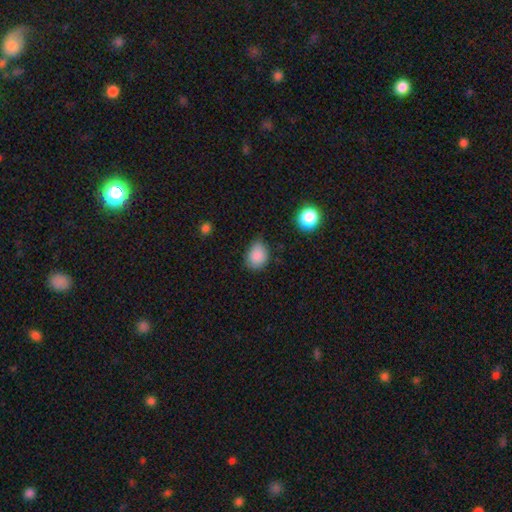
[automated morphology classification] smooth 86%, star or artifact 9%, featured or disk 5%. Down the decision tree: how rounded — in between (53%); merging — none (61%).